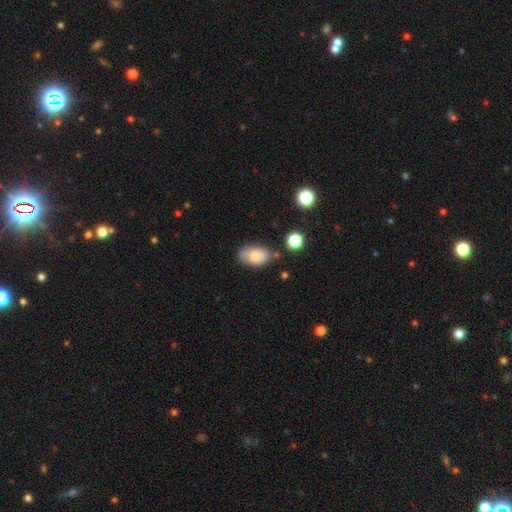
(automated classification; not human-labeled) Smooth or featured? Predicted: smooth (p=0.82). How rounded? Predicted: in between (p=0.91). Merging? Predicted: none (p=0.64).